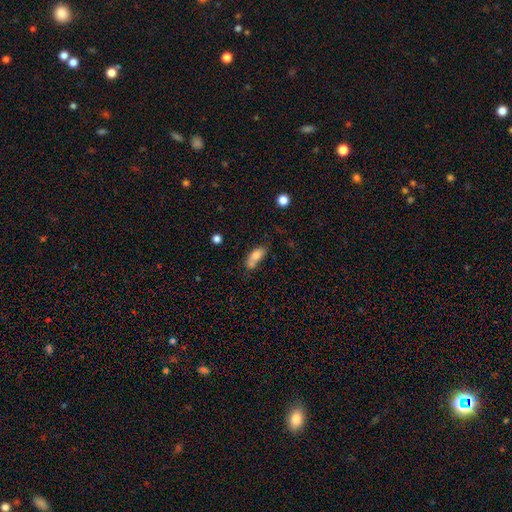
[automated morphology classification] This appears to be a smooth galaxy with no disk features (76%) that is in between round and cigar-shaped (80%). Merging: none (38%).